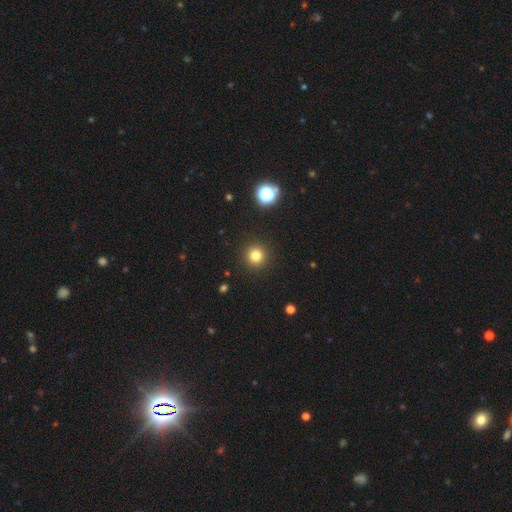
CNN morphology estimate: The model was most divided on "smooth or featured": smooth: 81%, star or artifact: 14%, featured or disk: 5%. More confident: how rounded — round (95%); merging — none (93%).